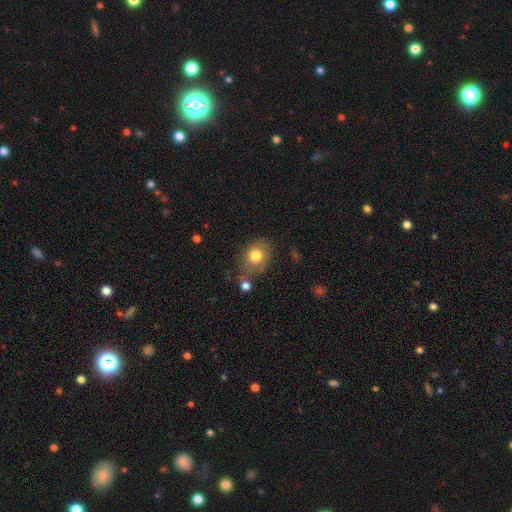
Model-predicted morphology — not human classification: This appears to be a smooth galaxy with no disk features (79%) that is round (57%). Merging: none (62%).